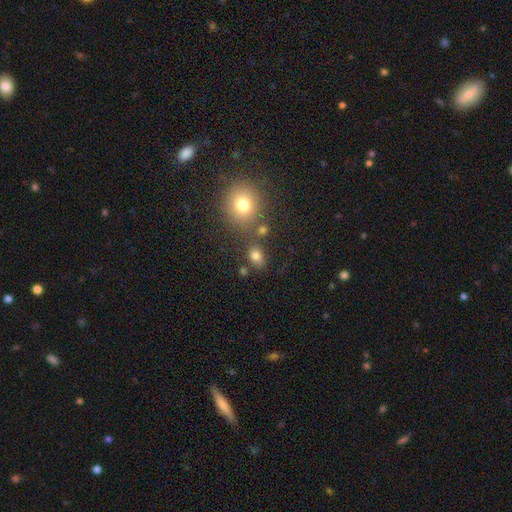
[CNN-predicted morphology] This appears to be a smooth galaxy with no disk features (79%) that is in between round and cigar-shaped (66%). Merging: none (71%).